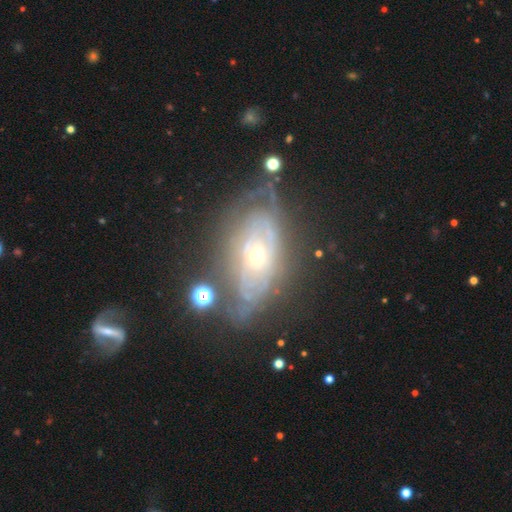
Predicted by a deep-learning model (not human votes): Smooth or featured? featured or disk (79%)
Edge-on disk? no (91%)
Bar? no (81%)
Spiral arms? yes (77%)
Spiral winding? tight (70%)
Spiral arm count? can't tell (56%)
Bulge size? moderate (47%, tied with small)
Merging? none (55%)